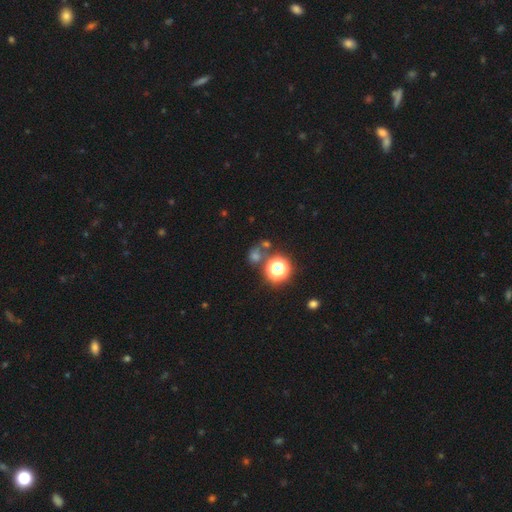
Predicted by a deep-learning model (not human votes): smooth_or_featured: star or artifact (p=0.53) [alt: smooth p=0.38]